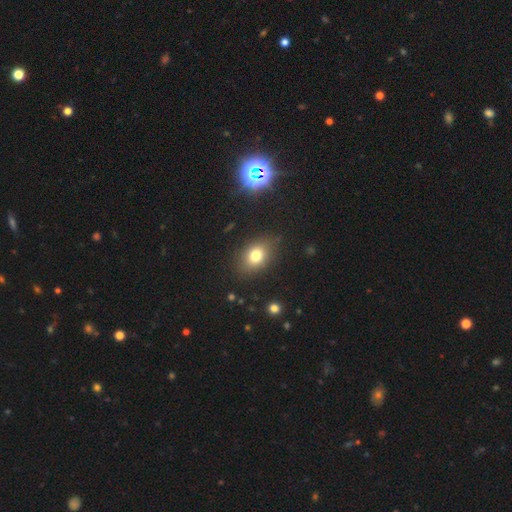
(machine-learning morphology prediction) smooth 75%, star or artifact 14%, featured or disk 11%. Down the decision tree: how rounded — in between (65%); merging — none (83%).